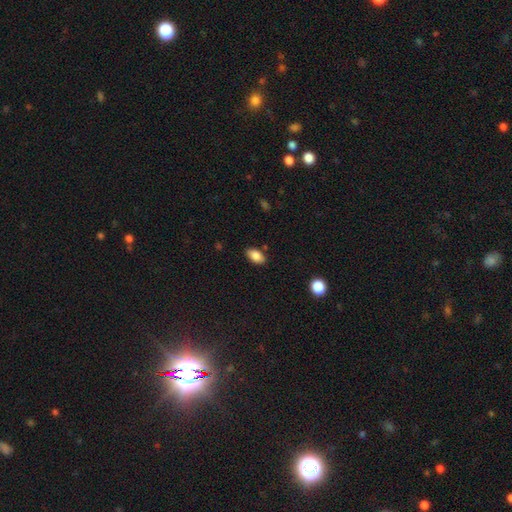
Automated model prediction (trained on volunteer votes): smooth 85%, star or artifact 8%, featured or disk 7%. Down the decision tree: how rounded — in between (93%); merging — none (85%).